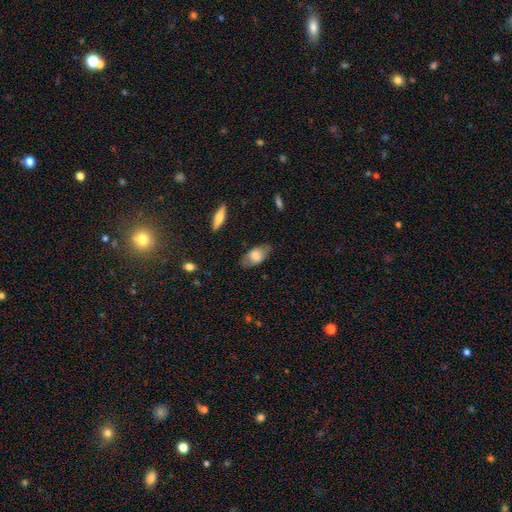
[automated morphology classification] This appears to be a smooth galaxy with no disk features (67%) that is in between round and cigar-shaped (90%). Merging: none (76%).